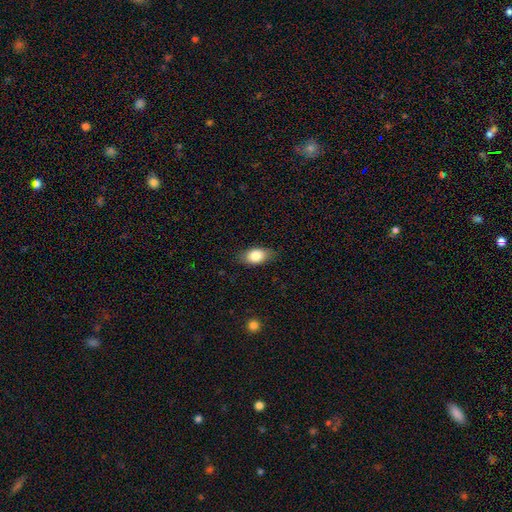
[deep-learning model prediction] This is clearly a smooth galaxy (83%). How rounded: clearly in between (86%). Merging: clearly none (81%).